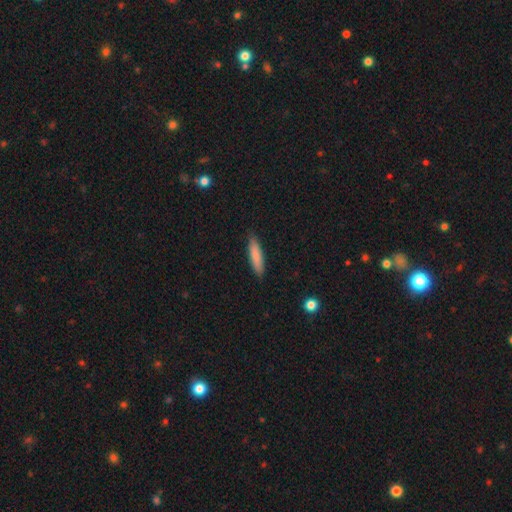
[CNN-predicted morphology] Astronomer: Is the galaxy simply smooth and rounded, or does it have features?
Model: smooth — 84%.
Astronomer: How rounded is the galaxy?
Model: cigar-shaped — 80%.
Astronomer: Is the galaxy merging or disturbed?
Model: none — 89%.